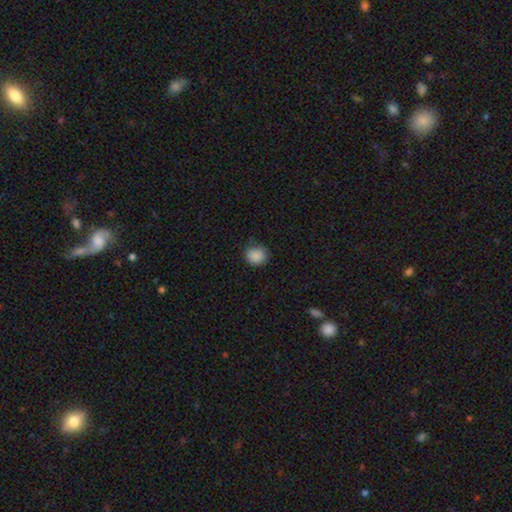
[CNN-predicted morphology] This is clearly a smooth galaxy (88%). How rounded: clearly round (83%). Merging: likely none (79%).